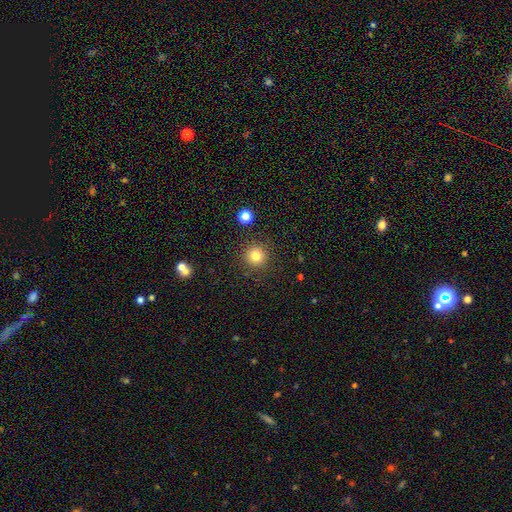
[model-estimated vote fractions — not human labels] Morphology: type=smooth (81%); roundness=round (95%); merging=none (89%).